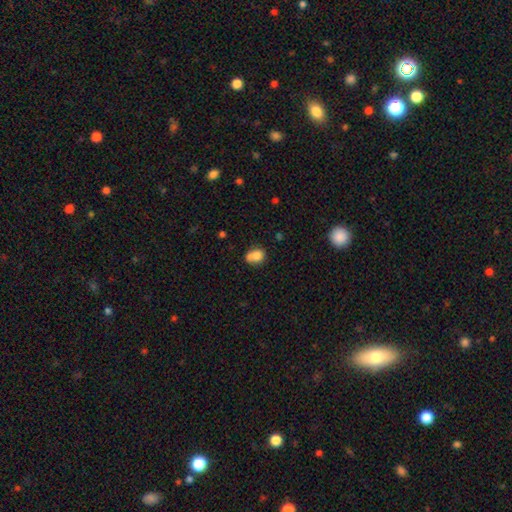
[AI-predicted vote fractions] smooth-or-featured: smooth: 77% | featured or disk: 13% | star or artifact: 10%
  how-rounded: in between: 50% | round: 49% | cigar-shaped: 1%
  merging: none: 42% | merger: 26% | minor disturbance: 24% | major disturbance: 9%